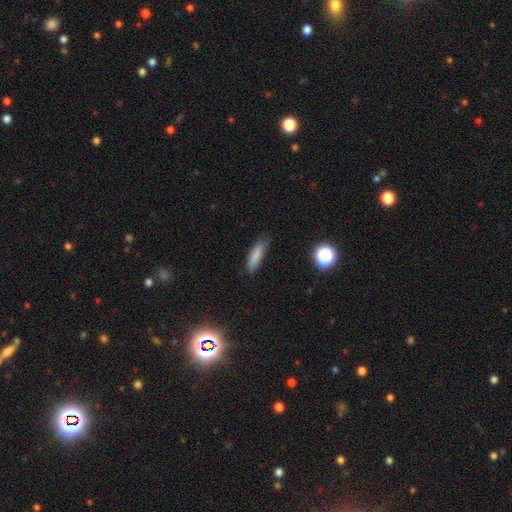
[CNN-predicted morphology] A smooth galaxy with no disk features (84%) that is cigar-shaped (60%). Merging: none (77%).